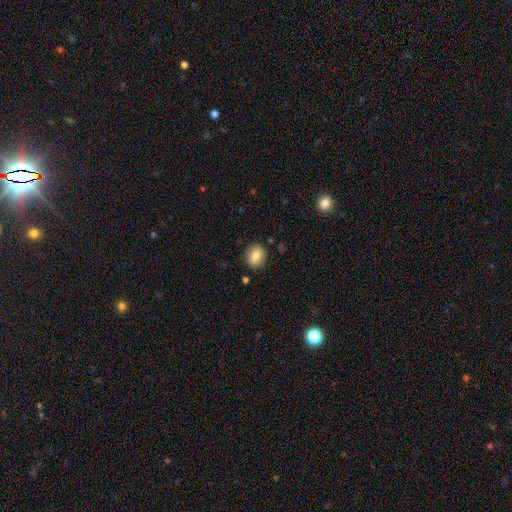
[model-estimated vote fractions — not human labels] smooth_or_featured: smooth (p=0.81) [alt: featured or disk p=0.11]
how_rounded: round (p=0.53) [alt: in between p=0.45]
merging: none (p=0.86) [alt: minor disturbance p=0.09]